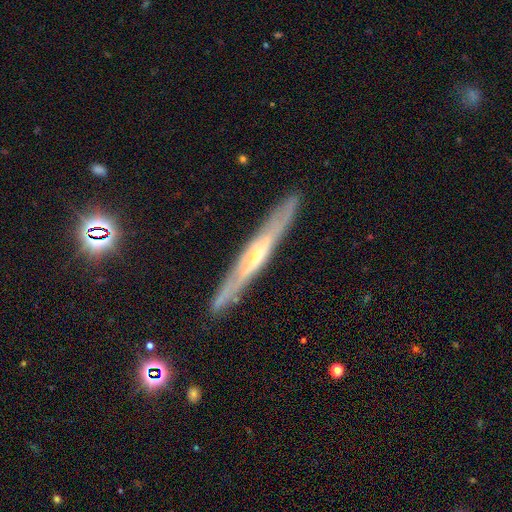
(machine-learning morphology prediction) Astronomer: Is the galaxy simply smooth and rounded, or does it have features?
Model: featured or disk — 75%.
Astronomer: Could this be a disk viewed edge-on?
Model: yes — 89%.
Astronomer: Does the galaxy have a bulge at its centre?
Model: rounded — 64%.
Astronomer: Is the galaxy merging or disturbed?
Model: none — 89%.